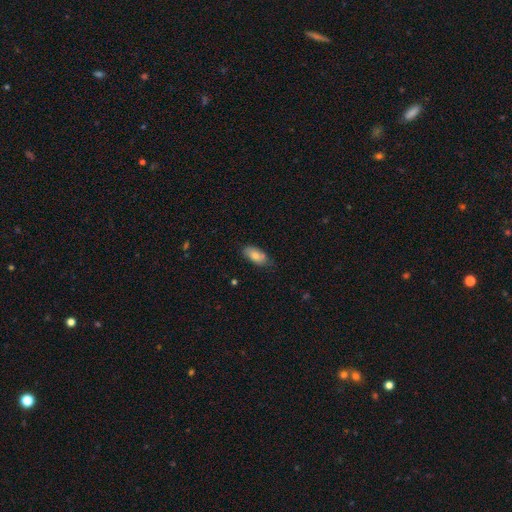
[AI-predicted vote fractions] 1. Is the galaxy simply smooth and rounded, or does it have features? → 79% smooth, 14% featured or disk, 7% star or artifact.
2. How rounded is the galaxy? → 91% in between, 7% cigar-shaped, 3% round.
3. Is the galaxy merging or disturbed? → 75% none, 20% minor disturbance, 3% major disturbance, 2% merger.